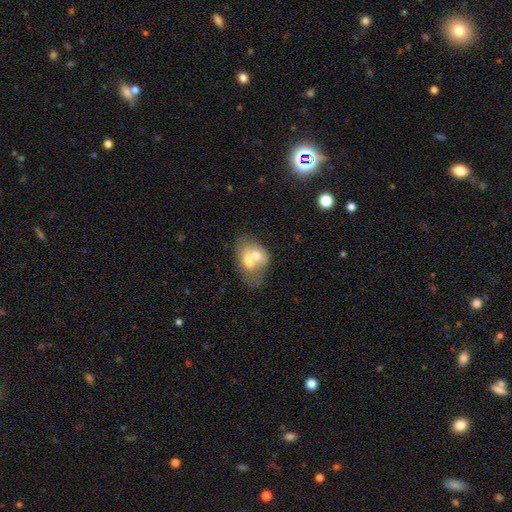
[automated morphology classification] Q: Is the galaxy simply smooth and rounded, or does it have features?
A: smooth — 56%.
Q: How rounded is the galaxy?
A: in between — 70%.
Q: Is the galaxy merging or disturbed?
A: merger — 70%.